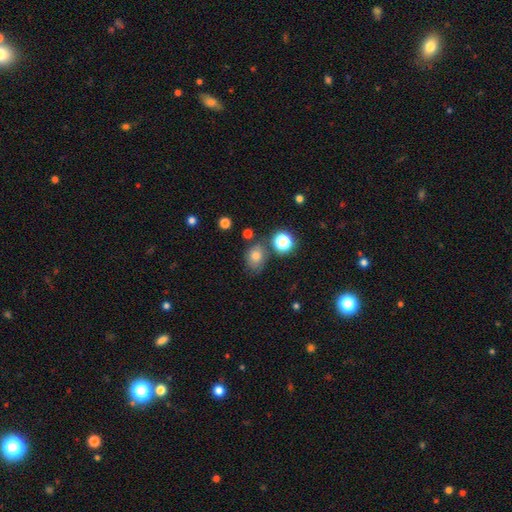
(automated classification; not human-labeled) Smooth or featured? Predicted: smooth (p=0.73). How rounded? Predicted: in between (p=0.55). Merging? Predicted: none (p=0.66).